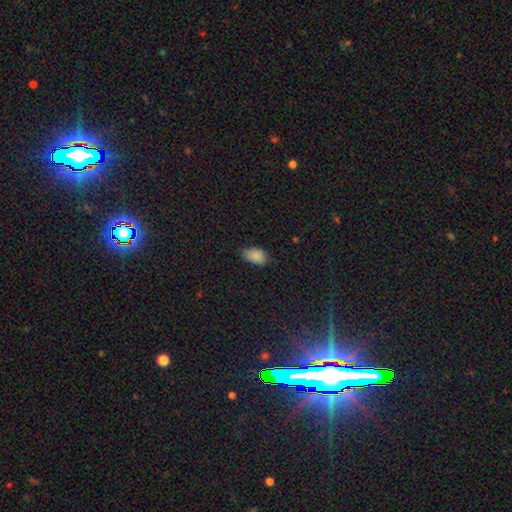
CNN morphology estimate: Overall: smooth (86%). How rounded: in between (92%). Merging: none (74%).